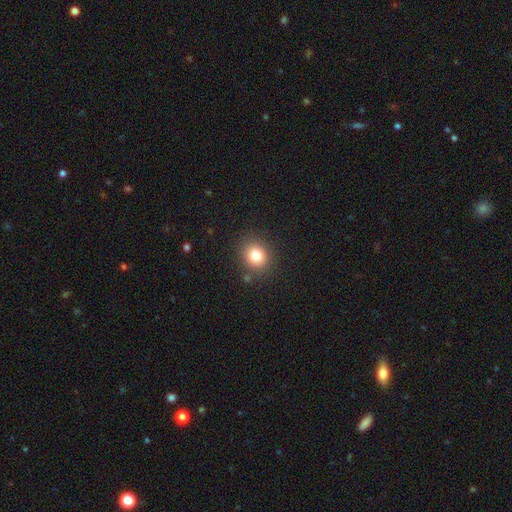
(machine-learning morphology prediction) Smooth or featured?
  - smooth: 80% *
  - star or artifact: 12%
  - featured or disk: 8%
How rounded?
  - round: 76% *
  - in between: 23%
  - cigar-shaped: 1%
Merging?
  - none: 86% *
  - minor disturbance: 9%
  - major disturbance: 3%
  - merger: 3%